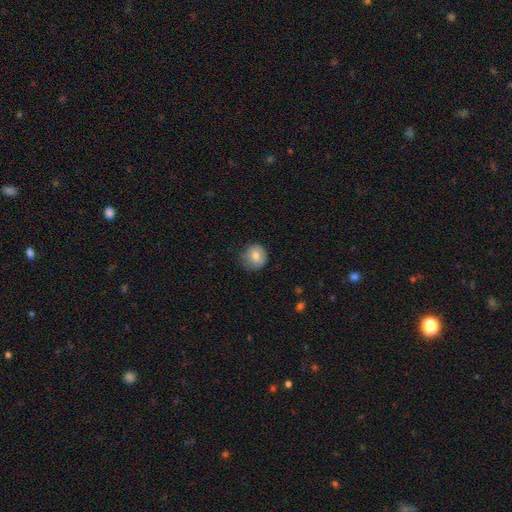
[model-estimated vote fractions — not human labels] Q: Smooth or featured?
A: smooth (76%); runner-up: featured or disk (16%)
Q: How rounded?
A: round (85%); runner-up: in between (14%)
Q: Merging?
A: none (73%); runner-up: minor disturbance (21%)